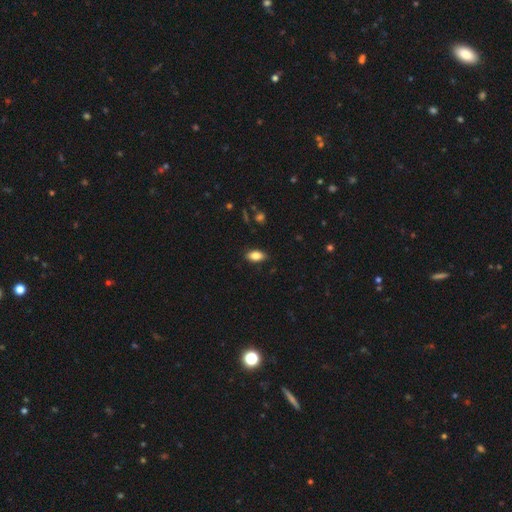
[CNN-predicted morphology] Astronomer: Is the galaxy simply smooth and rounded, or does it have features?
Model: smooth — 83%.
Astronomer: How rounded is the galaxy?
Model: in between — 90%.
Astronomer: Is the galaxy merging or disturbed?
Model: none — 85%.